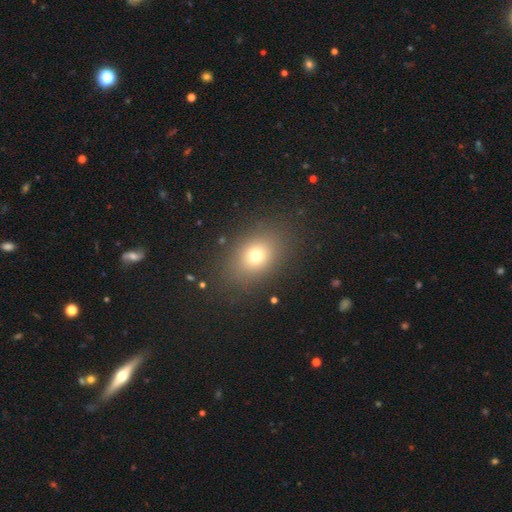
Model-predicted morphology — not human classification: Q: Smooth or featured?
A: smooth (72%); runner-up: star or artifact (15%)
Q: How rounded?
A: in between (65%); runner-up: round (33%)
Q: Merging?
A: none (85%); runner-up: minor disturbance (9%)